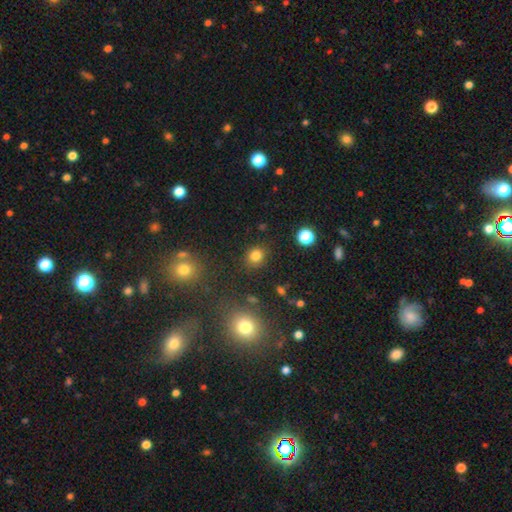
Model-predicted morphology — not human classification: Smooth or featured? Predicted: smooth (p=0.81). How rounded? Predicted: round (p=0.75). Merging? Predicted: none (p=0.85).